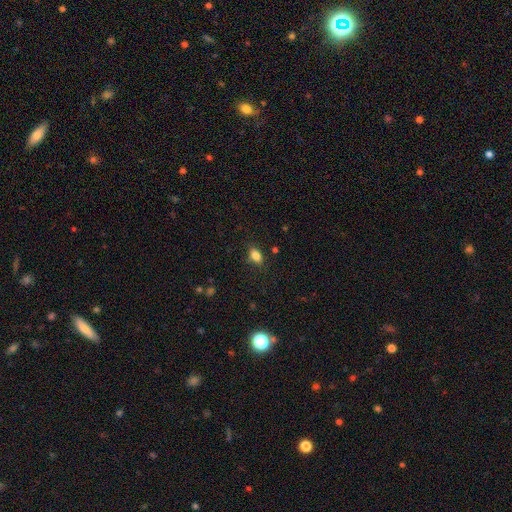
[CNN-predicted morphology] This appears to be a smooth galaxy with no disk features (82%) that is in between round and cigar-shaped (84%). Merging: none (81%).